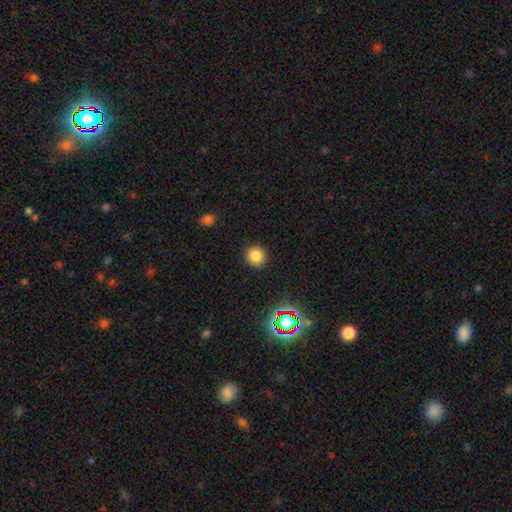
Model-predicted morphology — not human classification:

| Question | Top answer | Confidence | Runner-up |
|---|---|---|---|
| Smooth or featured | smooth | 81% | star or artifact (14%) |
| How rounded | round | 93% | in between (6%) |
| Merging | none | 91% | minor disturbance (6%) |